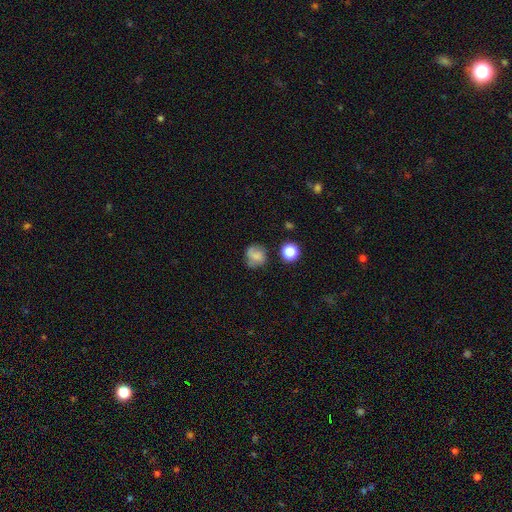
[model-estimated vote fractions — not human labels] Q: Smooth or featured?
A: smooth (67%); runner-up: featured or disk (20%)
Q: How rounded?
A: round (74%); runner-up: in between (25%)
Q: Merging?
A: none (55%); runner-up: minor disturbance (25%)